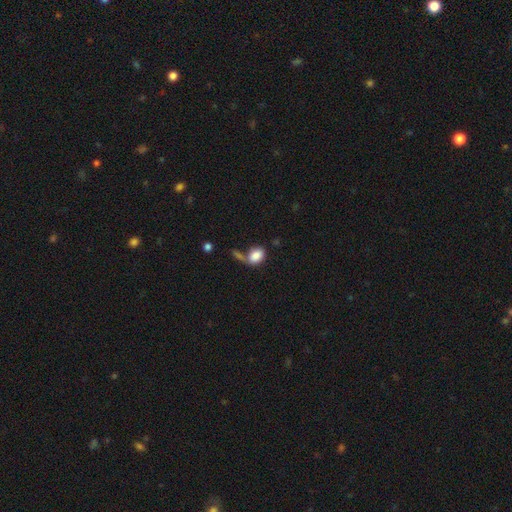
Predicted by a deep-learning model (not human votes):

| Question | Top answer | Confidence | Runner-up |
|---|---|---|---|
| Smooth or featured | smooth | 85% | star or artifact (8%) |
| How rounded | in between | 80% | round (19%) |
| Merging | none | 41% | merger (31%) |